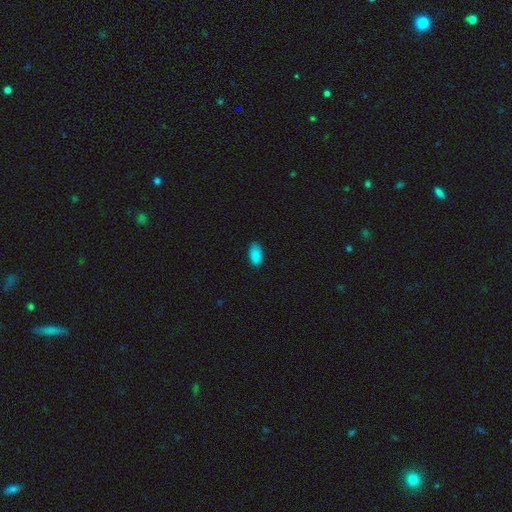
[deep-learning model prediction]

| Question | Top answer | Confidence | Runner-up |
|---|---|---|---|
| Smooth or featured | smooth | 88% | star or artifact (9%) |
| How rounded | in between | 94% | round (4%) |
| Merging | none | 82% | minor disturbance (15%) |